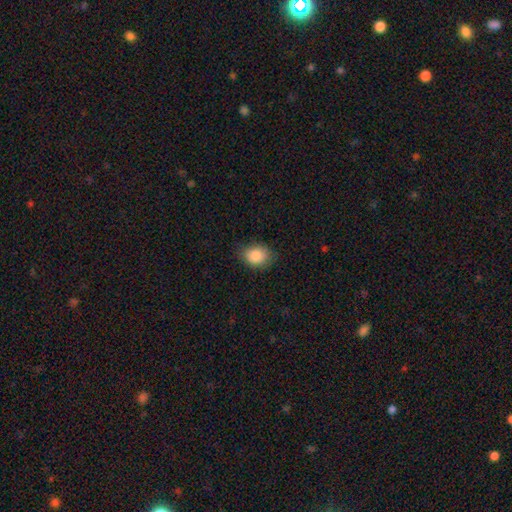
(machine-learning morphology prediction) Smooth or featured? Predicted: smooth (p=0.87). How rounded? Predicted: in between (p=0.59). Merging? Predicted: none (p=0.77).